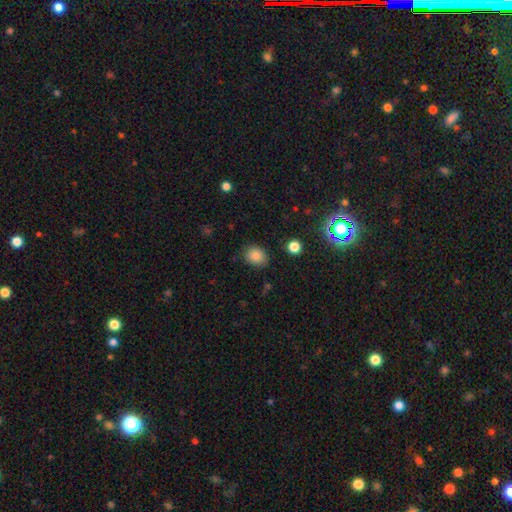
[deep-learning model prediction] Q: Smooth or featured?
A: smooth (84%); runner-up: star or artifact (11%)
Q: How rounded?
A: in between (52%); runner-up: round (47%)
Q: Merging?
A: none (82%); runner-up: minor disturbance (13%)